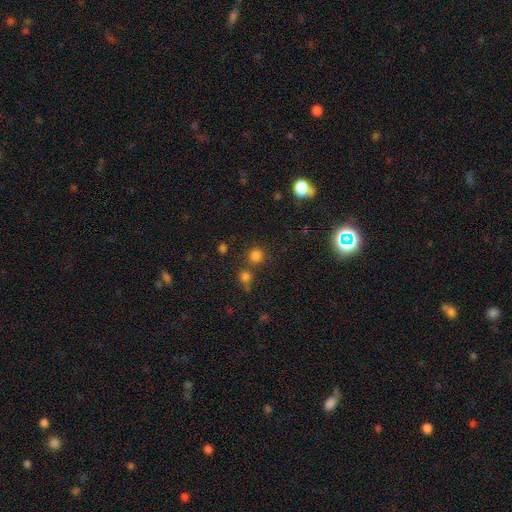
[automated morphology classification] Q: Smooth or featured?
A: smooth (77%); runner-up: star or artifact (18%)
Q: How rounded?
A: round (92%); runner-up: in between (7%)
Q: Merging?
A: none (73%); runner-up: merger (16%)